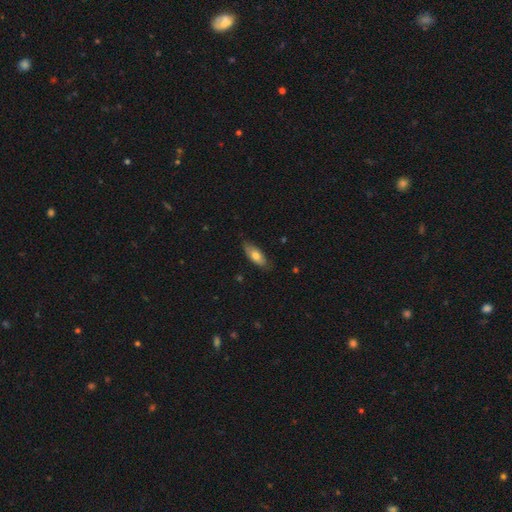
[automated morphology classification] Smooth or featured? smooth (69%)
How rounded? in between (78%)
Merging? none (77%)